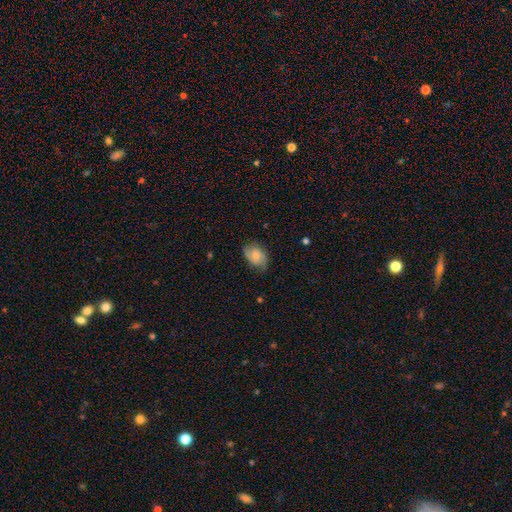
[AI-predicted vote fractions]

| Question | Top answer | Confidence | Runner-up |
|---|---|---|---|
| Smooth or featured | smooth | 51% | featured or disk (42%) |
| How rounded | in between | 82% | round (17%) |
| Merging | none | 72% | minor disturbance (22%) |